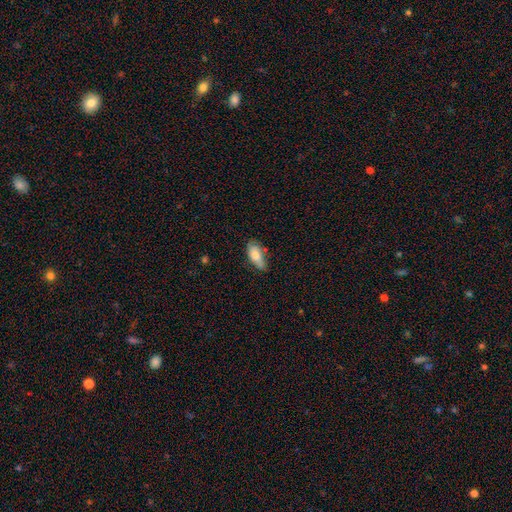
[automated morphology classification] Q: Smooth or featured?
A: smooth (78%); runner-up: featured or disk (15%)
Q: How rounded?
A: in between (84%); runner-up: cigar-shaped (13%)
Q: Merging?
A: none (61%); runner-up: minor disturbance (30%)